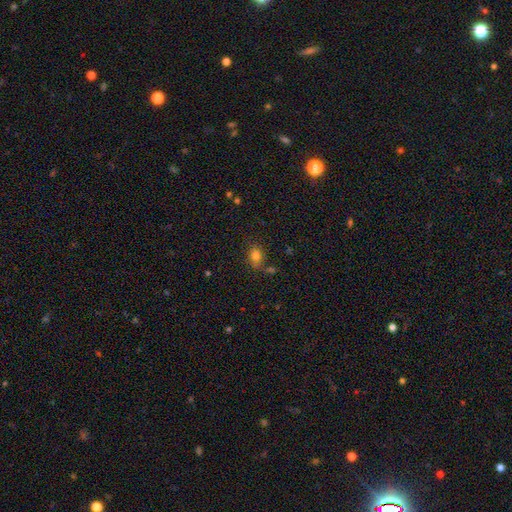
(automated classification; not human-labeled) A smooth galaxy with no disk features (79%) that is in between round and cigar-shaped (61%).

Vote fractions:
- Smooth or featured? smooth: 79% / star or artifact: 13% / featured or disk: 8%
- How rounded? in between: 61% / round: 37% / cigar-shaped: 1%
- Merging? none: 68% / minor disturbance: 17% / merger: 9% / major disturbance: 5%